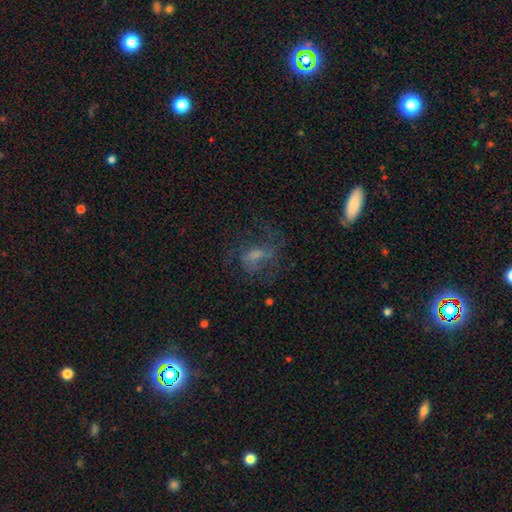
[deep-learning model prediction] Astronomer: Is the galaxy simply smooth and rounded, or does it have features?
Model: featured or disk — 45% (runner-up: smooth, 36%).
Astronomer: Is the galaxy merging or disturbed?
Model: none — 45% (runner-up: major disturbance, 34%).